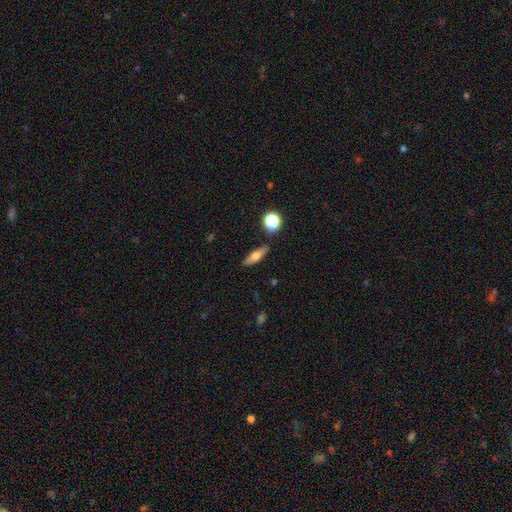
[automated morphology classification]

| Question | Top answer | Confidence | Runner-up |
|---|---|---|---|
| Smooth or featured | smooth | 54% | featured or disk (38%) |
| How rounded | cigar-shaped | 53% | in between (41%) |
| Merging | none | 87% | minor disturbance (9%) |